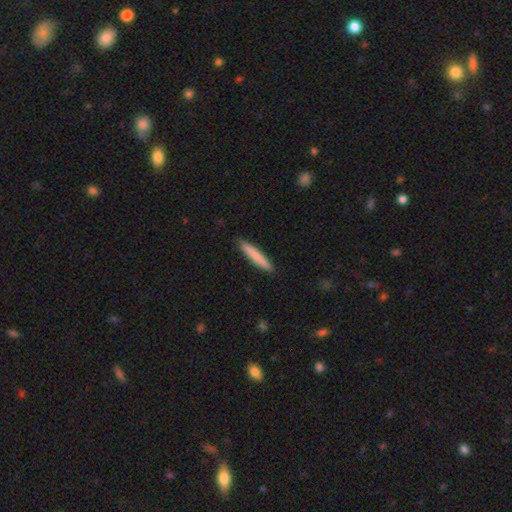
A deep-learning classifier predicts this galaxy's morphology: This appears to be a smooth galaxy with no disk features (79%) that is cigar-shaped (94%). Merging: none (91%).